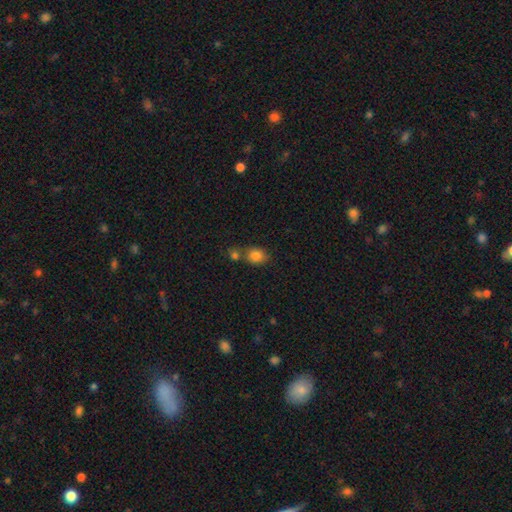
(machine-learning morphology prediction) This is clearly a smooth galaxy (83%). How rounded: possibly round (51%). Merging: possibly none (51%).